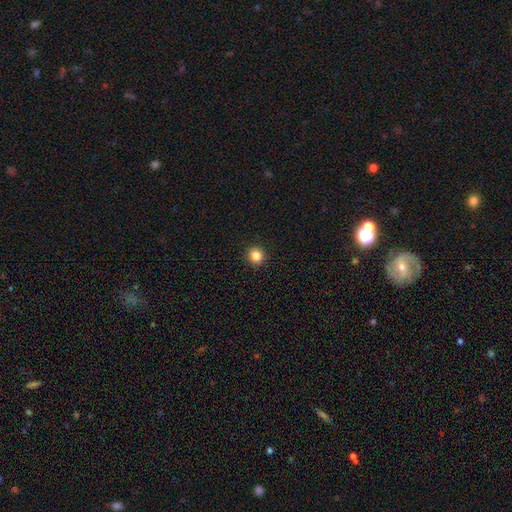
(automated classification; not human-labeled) This is clearly a smooth galaxy (85%). How rounded: clearly round (89%). Merging: clearly none (93%).